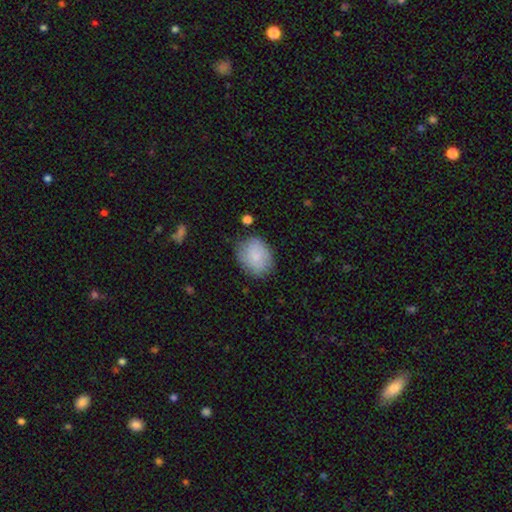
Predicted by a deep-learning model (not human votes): smooth-or-featured: smooth: 77% | featured or disk: 17% | star or artifact: 7%
  how-rounded: in between: 60% | round: 39% | cigar-shaped: 1%
  merging: none: 71% | minor disturbance: 22% | major disturbance: 6% | merger: 2%